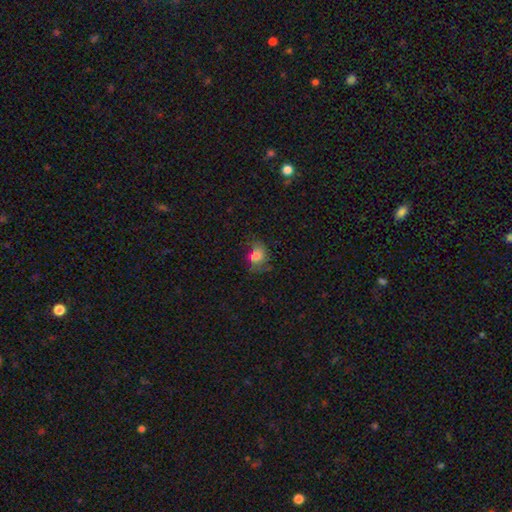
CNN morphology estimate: type=smooth (71%); roundness=in between (55%); merging=none (50%).